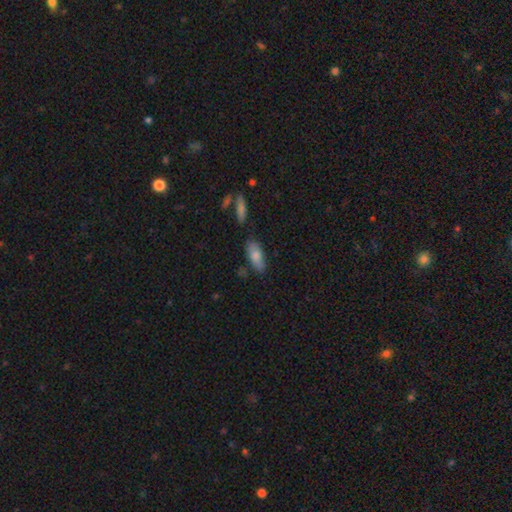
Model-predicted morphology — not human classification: A smooth galaxy with no disk features (78%) that is in between round and cigar-shaped (79%). Merging: none (68%).